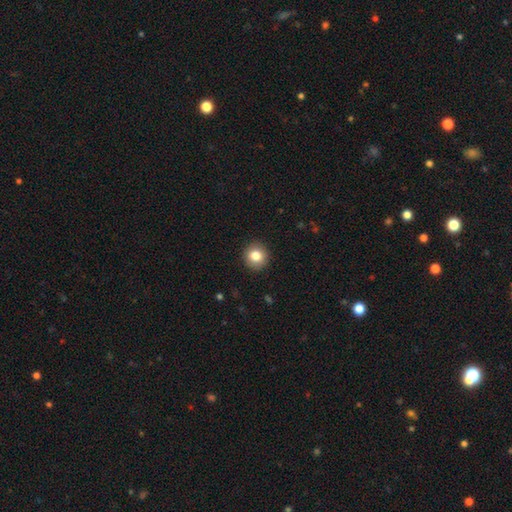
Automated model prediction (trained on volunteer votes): smooth_or_featured: smooth (p=0.82) [alt: star or artifact p=0.10]
how_rounded: round (p=0.92) [alt: in between p=0.07]
merging: none (p=0.92) [alt: minor disturbance p=0.05]